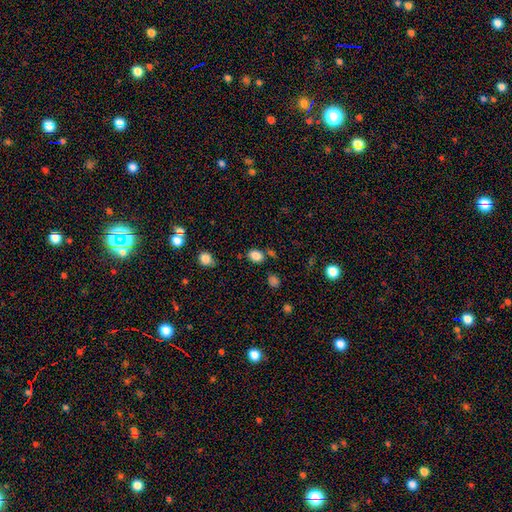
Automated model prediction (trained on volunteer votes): Smooth or featured? Predicted: smooth (p=0.84). How rounded? Predicted: in between (p=0.66). Merging? Predicted: none (p=0.76).